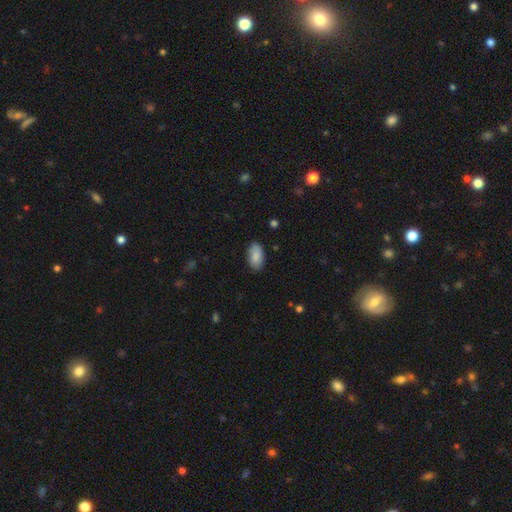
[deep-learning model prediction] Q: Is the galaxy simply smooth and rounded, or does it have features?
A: smooth — 87%.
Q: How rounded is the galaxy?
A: in between — 94%.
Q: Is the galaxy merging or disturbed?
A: none — 85%.